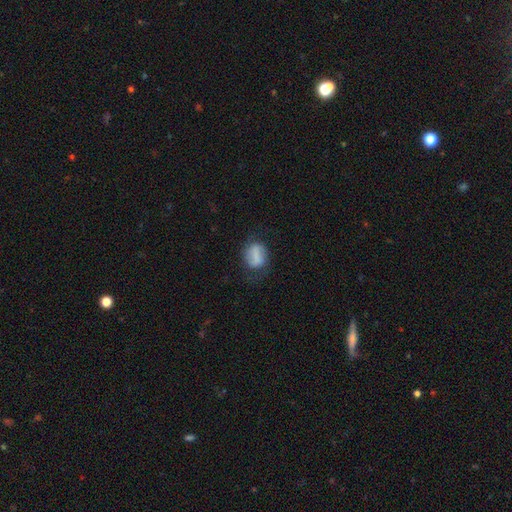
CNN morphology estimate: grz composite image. It shows a smooth galaxy with no disk features (62%) that is in between round and cigar-shaped (55%). Merging: none (62%).